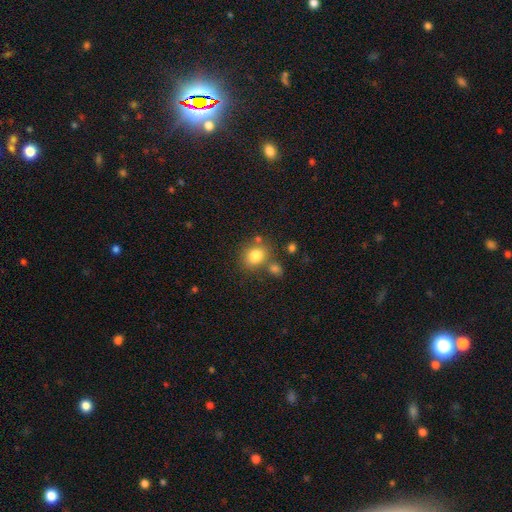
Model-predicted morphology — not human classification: This is clearly a smooth galaxy (81%). How rounded: likely round (66%). Merging: likely none (68%).